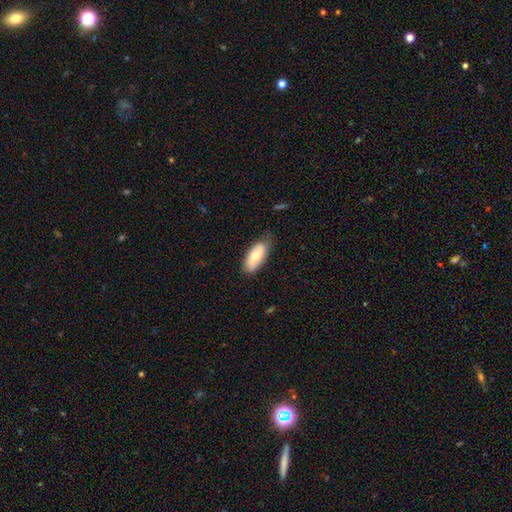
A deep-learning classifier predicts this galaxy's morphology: Smooth or featured: smooth — 77% (featured or disk — 17%)
How rounded: in between — 79% (cigar-shaped — 19%)
Merging: none — 71% (minor disturbance — 24%)